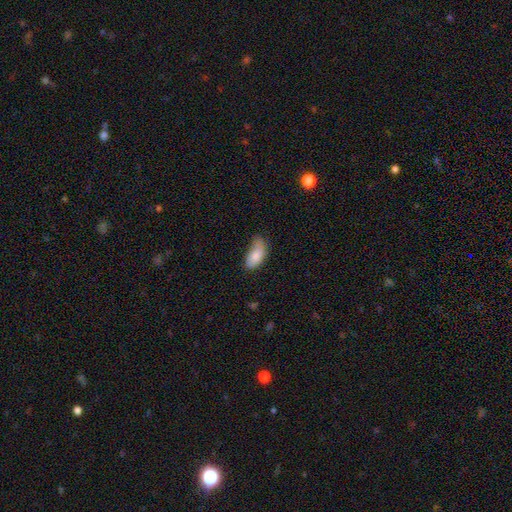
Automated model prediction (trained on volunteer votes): Smooth or featured?
  - smooth: 83% *
  - featured or disk: 10%
  - star or artifact: 6%
How rounded?
  - in between: 92% *
  - cigar-shaped: 6%
  - round: 3%
Merging?
  - none: 46% *
  - minor disturbance: 40%
  - major disturbance: 11%
  - merger: 2%